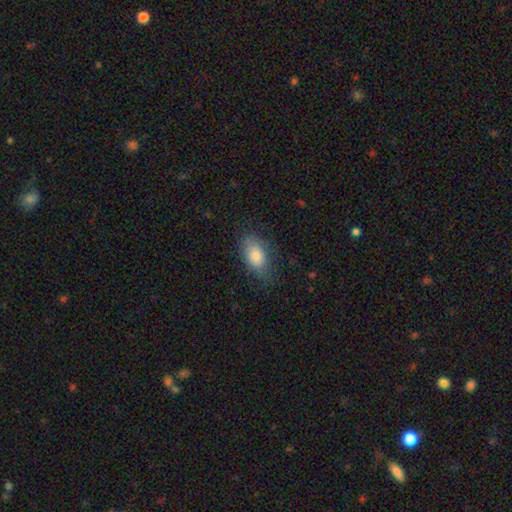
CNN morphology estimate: Q: Smooth or featured?
A: smooth (79%); runner-up: featured or disk (14%)
Q: How rounded?
A: in between (91%); runner-up: round (7%)
Q: Merging?
A: none (70%); runner-up: minor disturbance (22%)